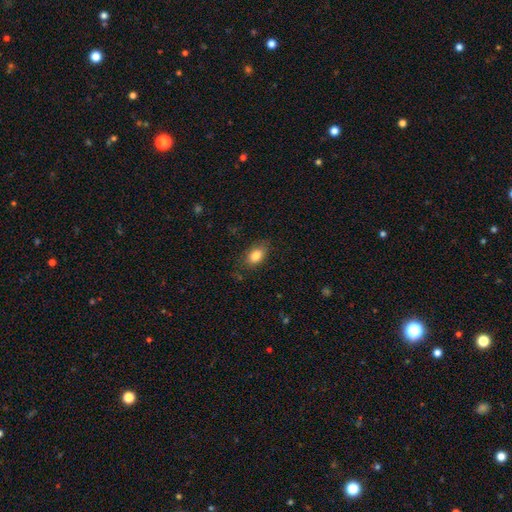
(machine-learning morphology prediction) Smooth or featured: smooth — 84% (featured or disk — 8%)
How rounded: in between — 87% (round — 11%)
Merging: none — 78% (minor disturbance — 16%)